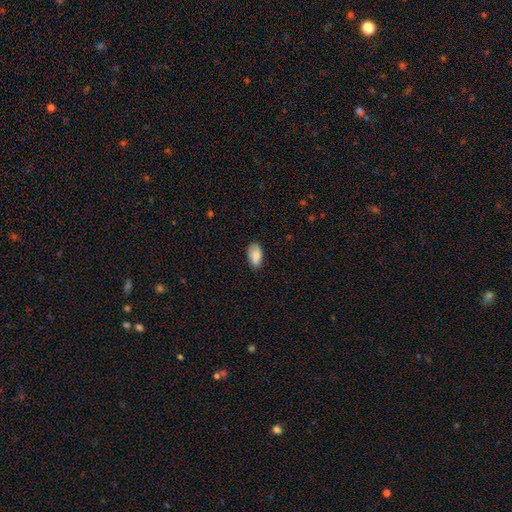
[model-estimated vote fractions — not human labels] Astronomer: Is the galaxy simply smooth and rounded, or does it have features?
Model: smooth — 83%.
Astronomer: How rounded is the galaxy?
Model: in between — 93%.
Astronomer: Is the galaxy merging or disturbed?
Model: none — 72%.